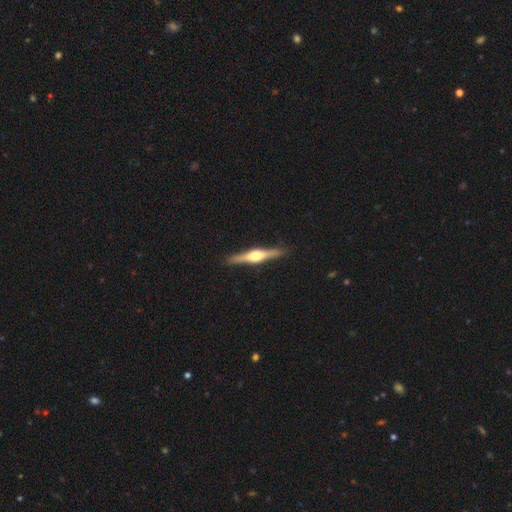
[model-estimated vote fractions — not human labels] A featured or disk galaxy (77%) viewed edge-on (98%) with a rounded central bulge (91%). Merging: none (91%).